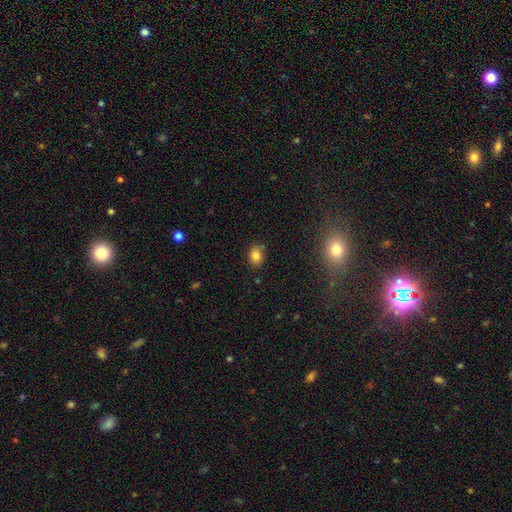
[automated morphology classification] smooth 82%, star or artifact 12%, featured or disk 7%. Down the decision tree: how rounded — in between (55%); merging — none (76%).